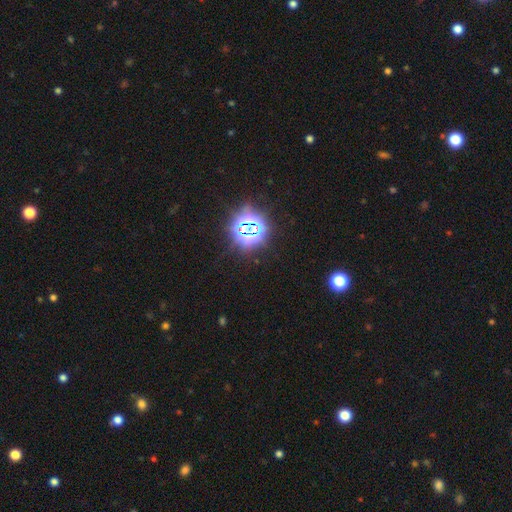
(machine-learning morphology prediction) type=star or artifact (80%).